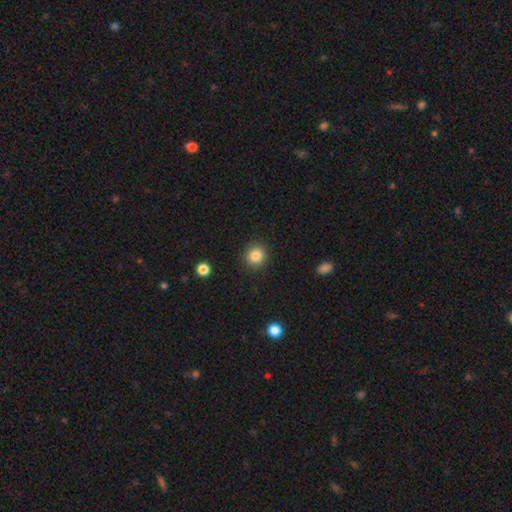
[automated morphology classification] Q: Smooth or featured?
A: smooth (86%); runner-up: star or artifact (10%)
Q: How rounded?
A: round (90%); runner-up: in between (9%)
Q: Merging?
A: none (90%); runner-up: minor disturbance (6%)